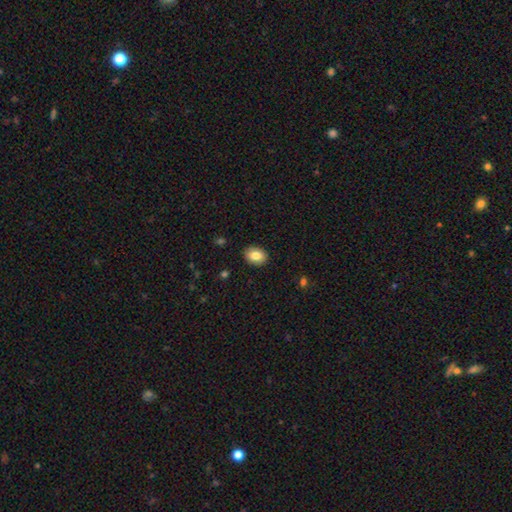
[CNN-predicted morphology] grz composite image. It shows a smooth galaxy with no disk features (83%) that is in between round and cigar-shaped (70%). Merging: none (89%).